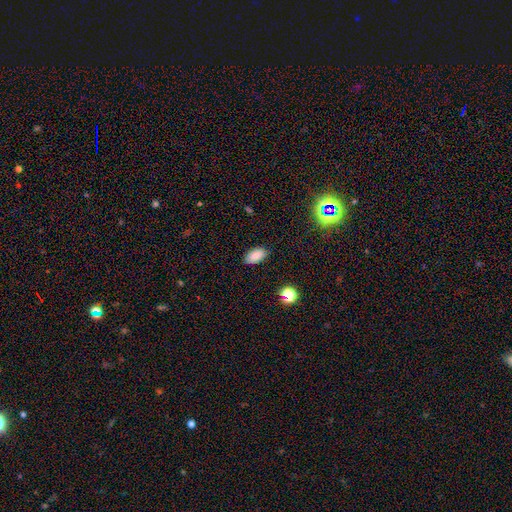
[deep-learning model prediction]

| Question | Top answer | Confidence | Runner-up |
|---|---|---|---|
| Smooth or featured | smooth | 84% | star or artifact (10%) |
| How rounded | in between | 93% | round (4%) |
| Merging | none | 86% | minor disturbance (10%) |